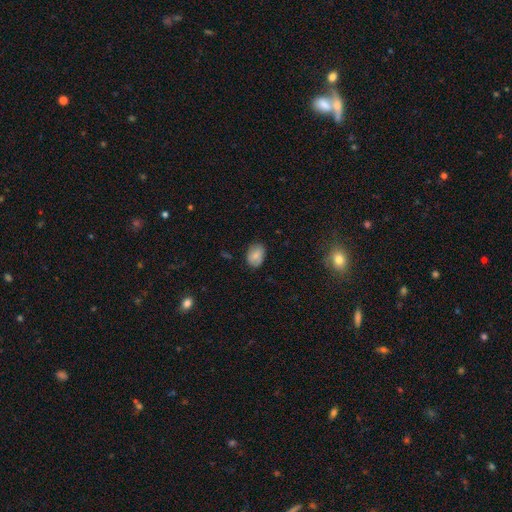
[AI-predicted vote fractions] Smooth or featured?
  - smooth: 81% *
  - featured or disk: 11%
  - star or artifact: 8%
How rounded?
  - in between: 76% *
  - round: 23%
  - cigar-shaped: 1%
Merging?
  - none: 79% *
  - minor disturbance: 17%
  - major disturbance: 3%
  - merger: 1%